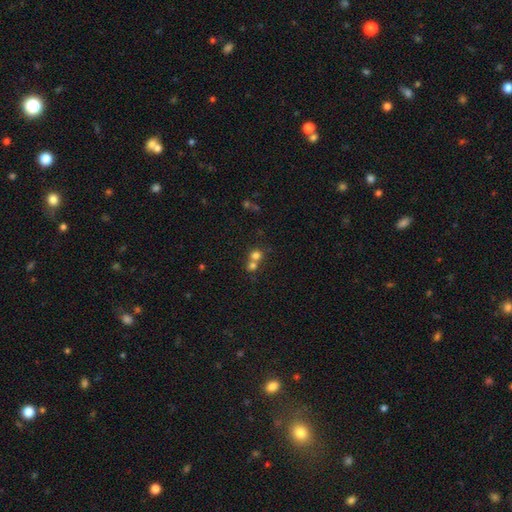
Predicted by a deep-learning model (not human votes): The model was most divided on "merging": merger: 58%, none: 35%, minor disturbance: 5%, major disturbance: 3%. More confident: how rounded — round (83%); smooth or featured — smooth (73%).